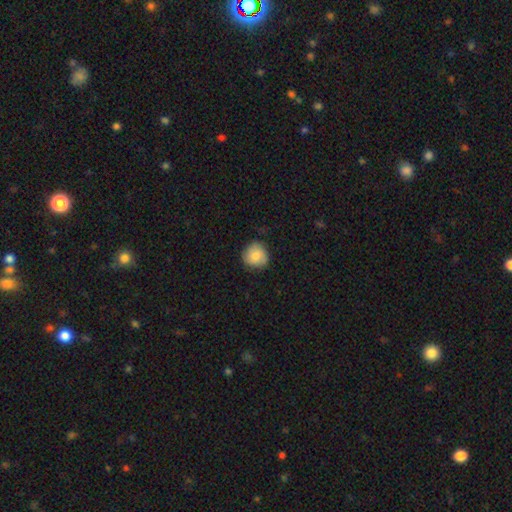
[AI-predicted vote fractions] Overall: smooth (77%). How rounded: round (86%). Merging: none (77%).